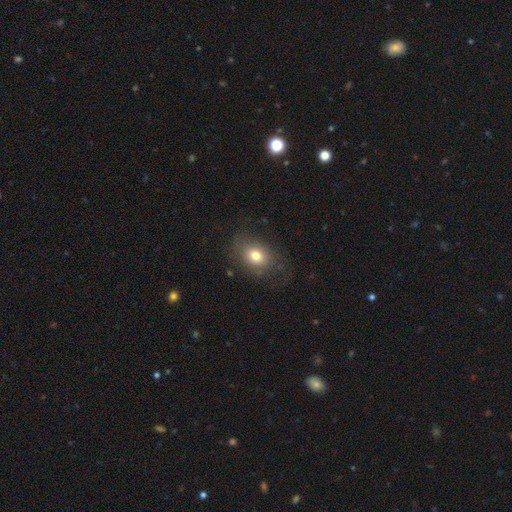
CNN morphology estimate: Smooth or featured: smooth — 76% (featured or disk — 13%)
How rounded: in between — 60% (round — 39%)
Merging: none — 74% (minor disturbance — 16%)